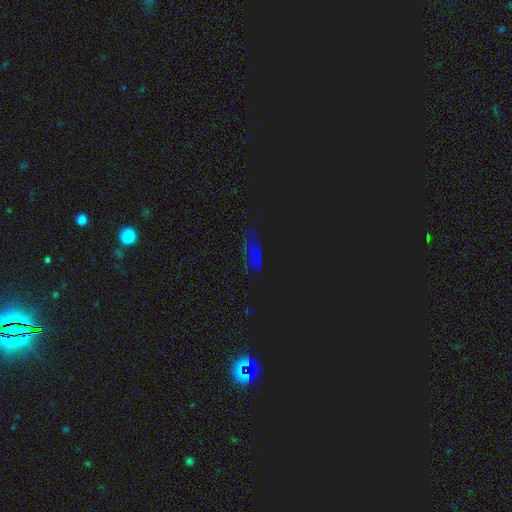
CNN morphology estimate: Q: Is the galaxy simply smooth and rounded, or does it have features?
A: star or artifact — 60%.